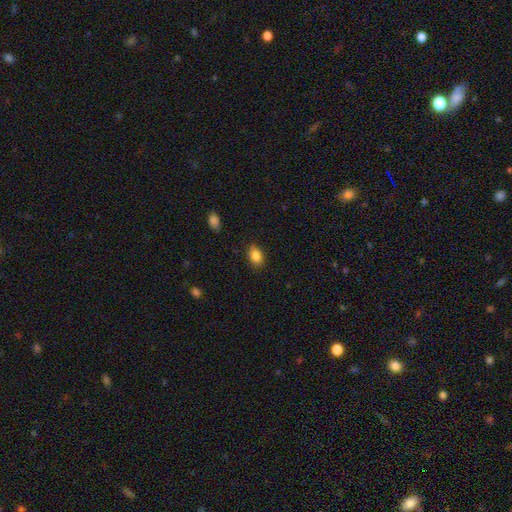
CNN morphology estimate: Smooth or featured? smooth (84%)
How rounded? in between (79%)
Merging? none (79%)